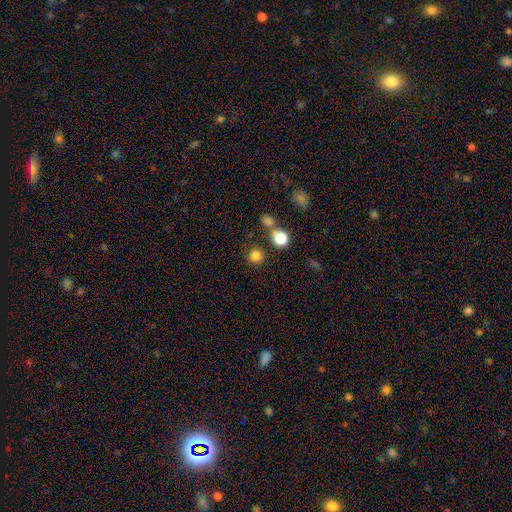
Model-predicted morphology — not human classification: smooth 80%, star or artifact 15%, featured or disk 5%. Down the decision tree: how rounded — round (93%); merging — none (82%).